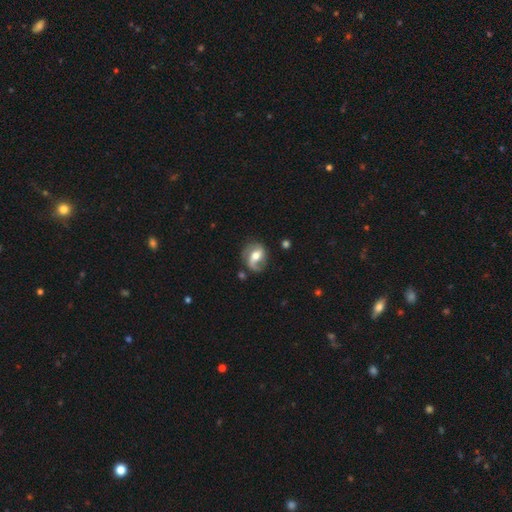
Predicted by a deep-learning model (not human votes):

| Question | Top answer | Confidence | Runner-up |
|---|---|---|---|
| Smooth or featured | featured or disk | 75% | smooth (19%) |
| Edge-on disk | no | 97% | yes (3%) |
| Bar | weak | 43% | no (32%) |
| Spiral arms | yes | 91% | no (9%) |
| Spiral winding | medium | 43% | loose (37%) |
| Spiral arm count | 2 | 61% | 1 (32%) |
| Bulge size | moderate | 67% | small (16%) |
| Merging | none | 63% | minor disturbance (21%) |